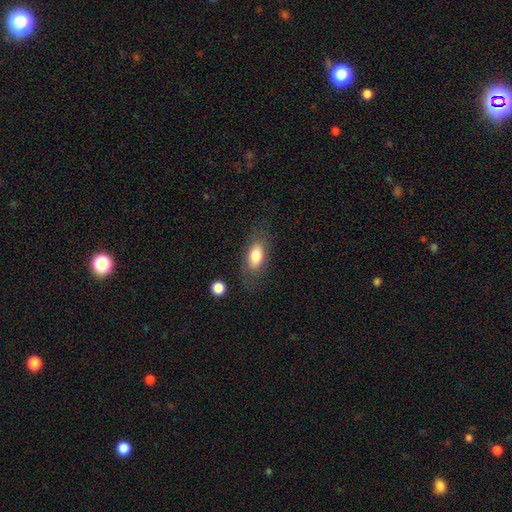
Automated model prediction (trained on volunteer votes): smooth_or_featured: smooth (p=0.77) [alt: featured or disk p=0.16]
how_rounded: in between (p=0.85) [alt: cigar-shaped p=0.09]
merging: none (p=0.75) [alt: minor disturbance p=0.15]